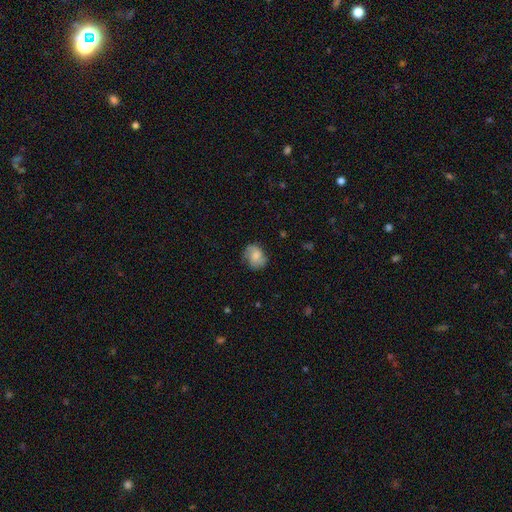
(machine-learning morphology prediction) A smooth galaxy with no disk features (65%) that is round (55%).

Vote fractions:
- Smooth or featured? smooth: 65% / featured or disk: 27% / star or artifact: 8%
- How rounded? round: 55% / in between: 44% / cigar-shaped: 1%
- Merging? none: 64% / minor disturbance: 26% / major disturbance: 9% / merger: 1%